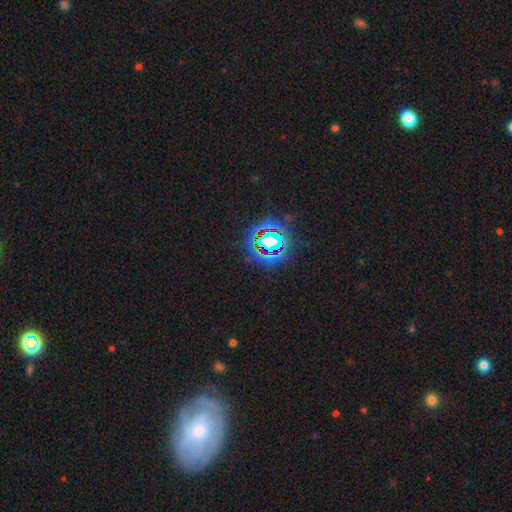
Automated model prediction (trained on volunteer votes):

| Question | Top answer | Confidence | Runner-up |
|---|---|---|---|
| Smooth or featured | star or artifact | 62% | featured or disk (20%) |